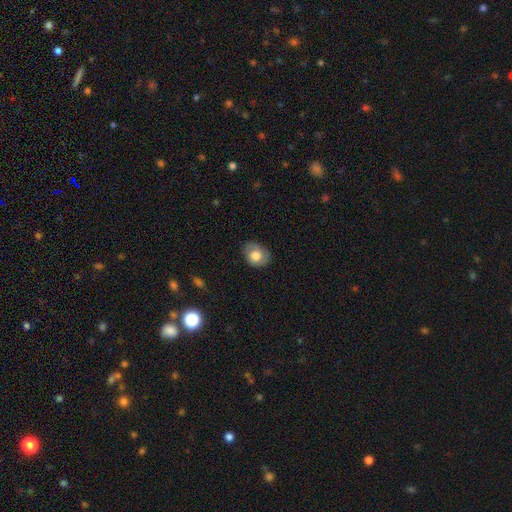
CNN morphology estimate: Smooth or featured: smooth — 73% (featured or disk — 19%)
How rounded: in between — 55% (round — 44%)
Merging: none — 74% (minor disturbance — 20%)